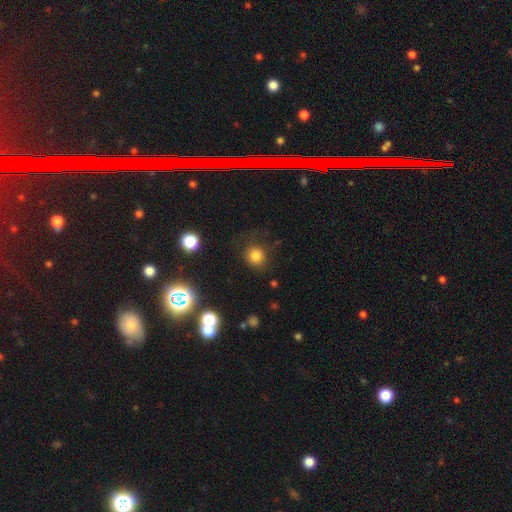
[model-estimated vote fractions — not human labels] Smooth or featured? smooth (80%)
How rounded? round (90%)
Merging? none (80%)